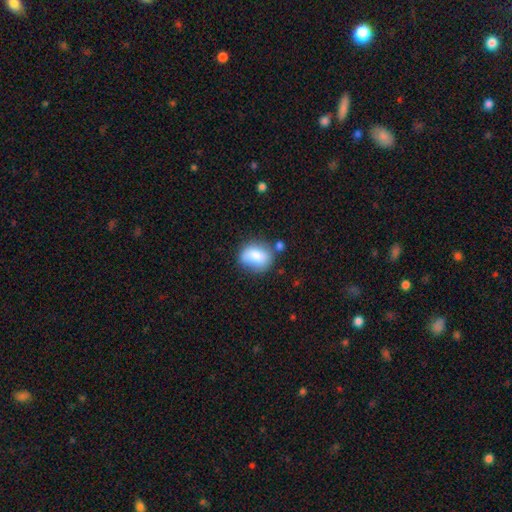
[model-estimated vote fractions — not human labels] Smooth or featured? smooth (82%)
How rounded? in between (63%)
Merging? none (56%)